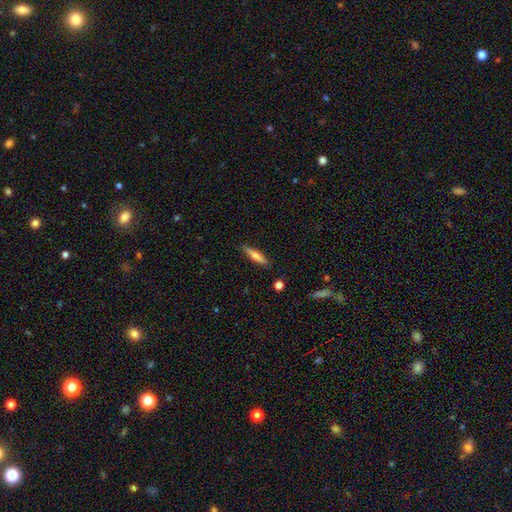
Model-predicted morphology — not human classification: Smooth or featured? Predicted: smooth (p=0.68). How rounded? Predicted: cigar-shaped (p=0.83). Merging? Predicted: none (p=0.86).